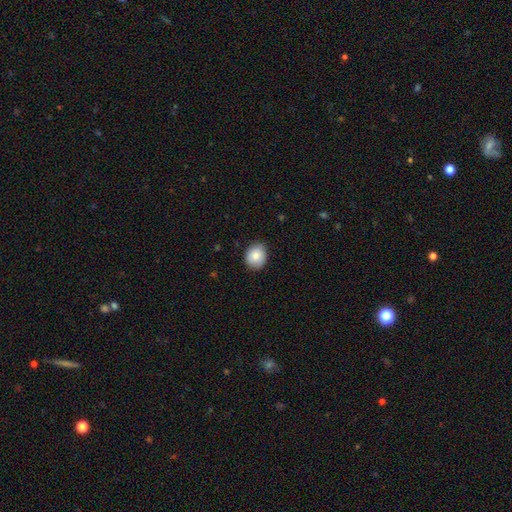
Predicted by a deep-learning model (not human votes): Q: Smooth or featured?
A: smooth (85%); runner-up: featured or disk (8%)
Q: How rounded?
A: round (64%); runner-up: in between (35%)
Q: Merging?
A: none (85%); runner-up: minor disturbance (12%)